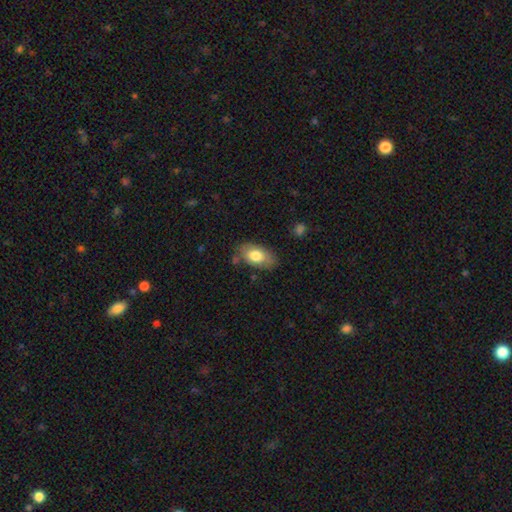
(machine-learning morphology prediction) Q: Smooth or featured?
A: smooth (75%); runner-up: featured or disk (19%)
Q: How rounded?
A: in between (92%); runner-up: round (6%)
Q: Merging?
A: none (74%); runner-up: minor disturbance (19%)